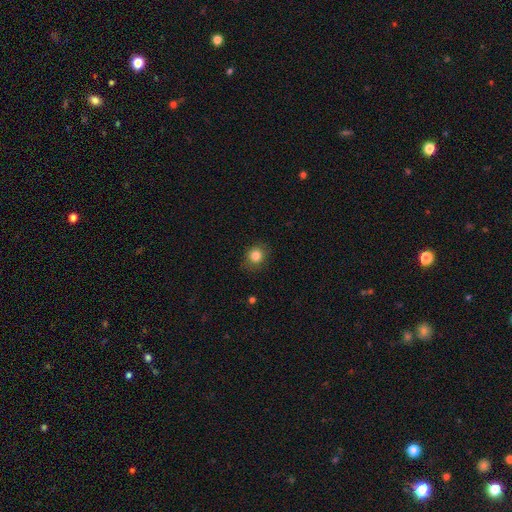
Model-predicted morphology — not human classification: Smooth or featured? smooth (83%)
How rounded? round (76%)
Merging? none (84%)